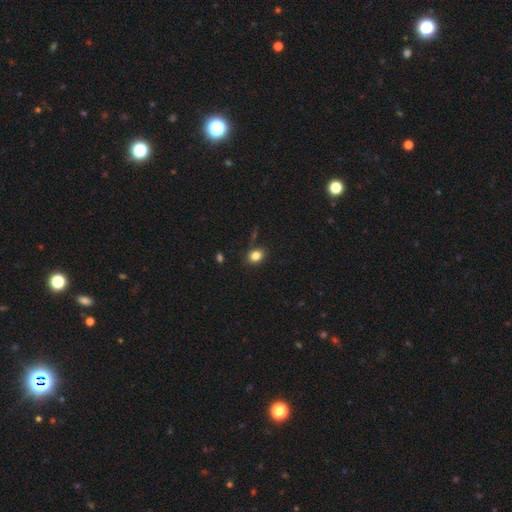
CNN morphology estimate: smooth 83%, star or artifact 11%, featured or disk 6%. Down the decision tree: how rounded — round (53%); merging — none (83%).